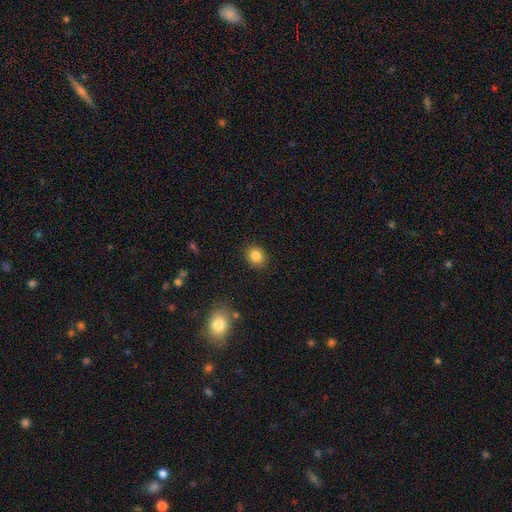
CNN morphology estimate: Smooth or featured: smooth — 85% (star or artifact — 10%)
How rounded: round — 66% (in between — 33%)
Merging: none — 89% (minor disturbance — 8%)